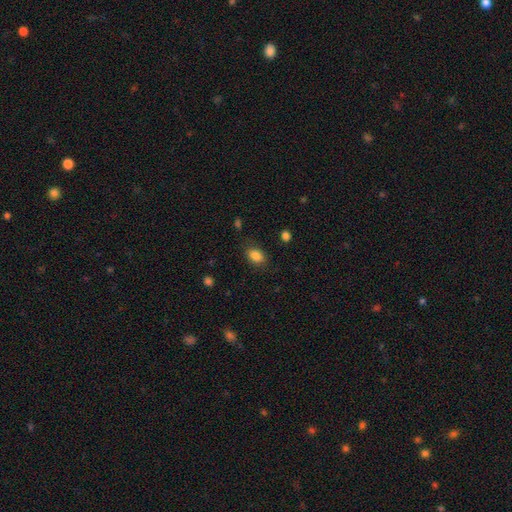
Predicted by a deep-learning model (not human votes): Smooth or featured?
  - smooth: 86% *
  - star or artifact: 9%
  - featured or disk: 5%
How rounded?
  - in between: 81% *
  - round: 18%
  - cigar-shaped: 1%
Merging?
  - none: 82% *
  - minor disturbance: 13%
  - major disturbance: 4%
  - merger: 1%